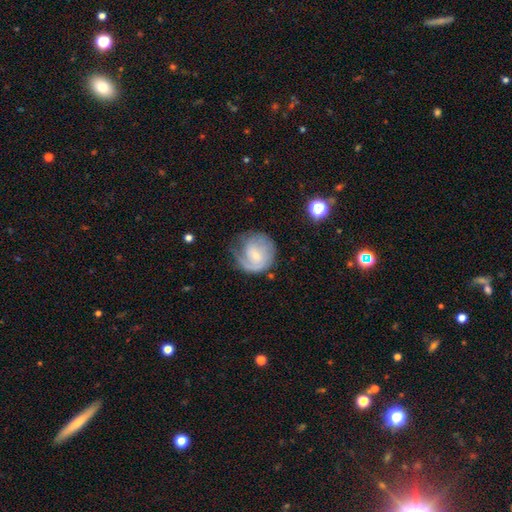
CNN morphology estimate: Smooth or featured? Predicted: featured or disk (p=0.67). Edge-on disk? Predicted: no (p=0.98). Bar? Predicted: no (p=0.53). Spiral arms? Predicted: yes (p=0.88). Spiral winding? Predicted: tight (p=0.50). Spiral arm count? Predicted: 1 (p=0.45). Bulge size? Predicted: small (p=0.64). Merging? Predicted: none (p=0.53).